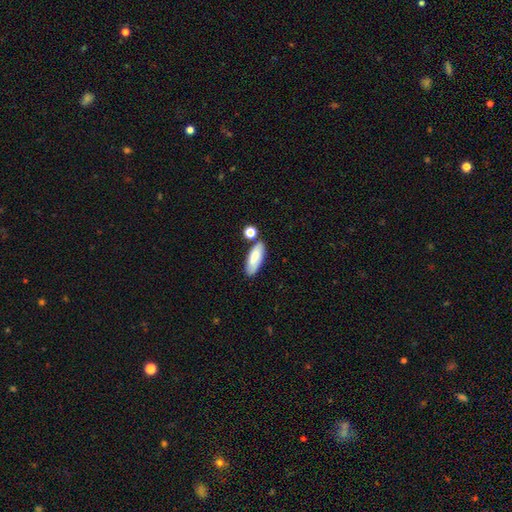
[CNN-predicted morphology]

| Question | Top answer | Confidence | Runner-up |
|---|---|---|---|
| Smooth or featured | smooth | 78% | featured or disk (15%) |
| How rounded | in between | 72% | cigar-shaped (25%) |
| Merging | none | 70% | minor disturbance (15%) |